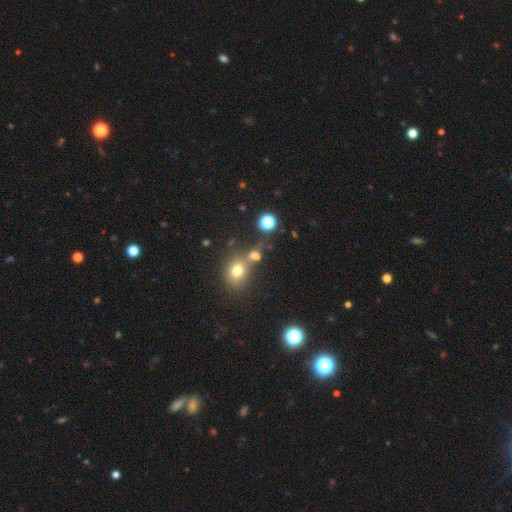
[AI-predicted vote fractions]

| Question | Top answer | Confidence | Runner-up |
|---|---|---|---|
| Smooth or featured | smooth | 66% | star or artifact (22%) |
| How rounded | round | 57% | in between (40%) |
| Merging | none | 48% | merger (35%) |